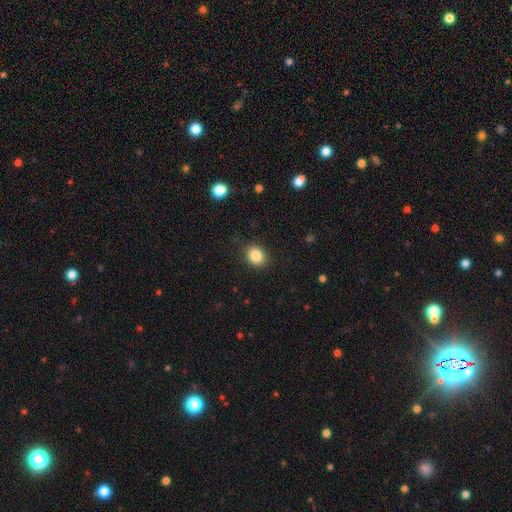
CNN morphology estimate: The model was most divided on "how rounded": round: 57%, in between: 42%, cigar-shaped: 1%. More confident: merging — none (88%); smooth or featured — smooth (85%).